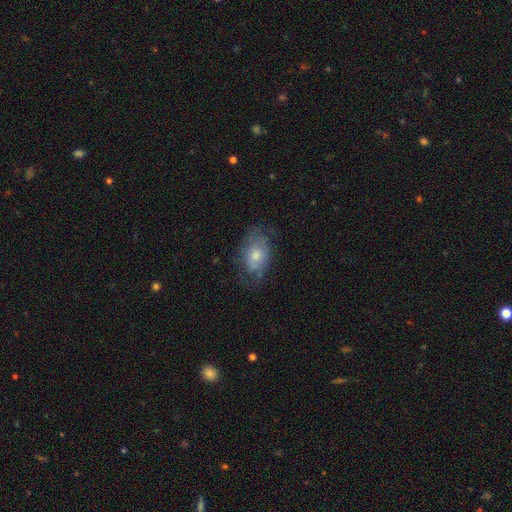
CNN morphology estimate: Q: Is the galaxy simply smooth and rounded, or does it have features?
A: smooth — 61%.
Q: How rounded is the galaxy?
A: in between — 84%.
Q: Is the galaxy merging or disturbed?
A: none — 57%.